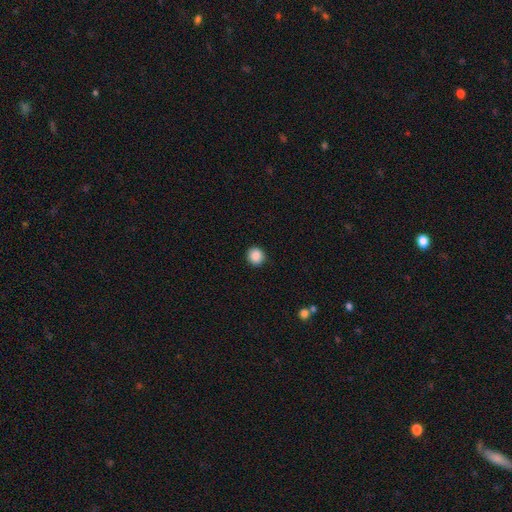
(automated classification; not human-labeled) Morphology: type=smooth (88%); roundness=round (90%); merging=none (92%).